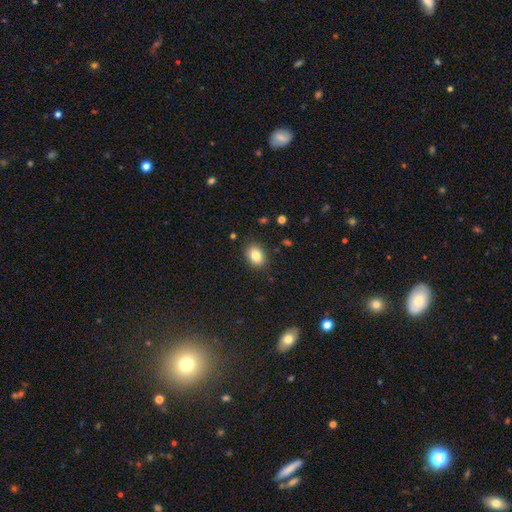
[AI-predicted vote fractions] A smooth galaxy with no disk features (84%) that is in between round and cigar-shaped (75%). Merging: none (85%).